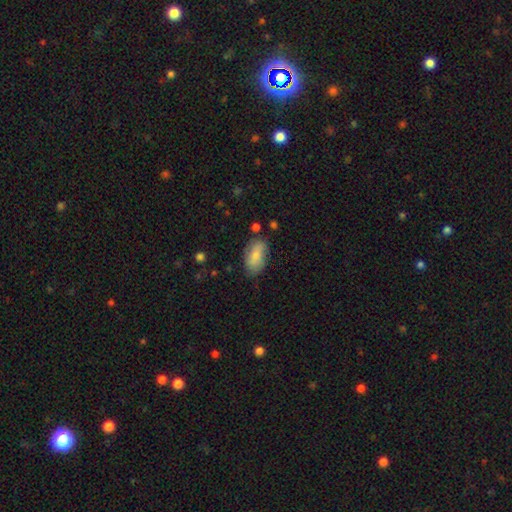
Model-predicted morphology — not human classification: smooth 75%, featured or disk 18%, star or artifact 7%. Down the decision tree: how rounded — in between (92%); merging — none (70%).